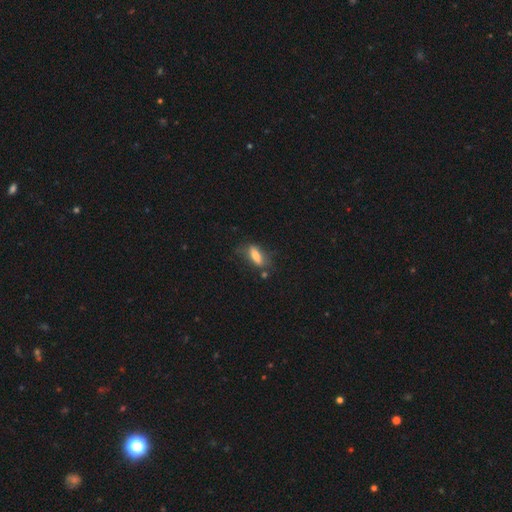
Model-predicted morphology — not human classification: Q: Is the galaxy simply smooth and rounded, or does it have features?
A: smooth — 67%.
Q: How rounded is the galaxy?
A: in between — 57%.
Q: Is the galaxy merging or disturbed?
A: none — 60%.